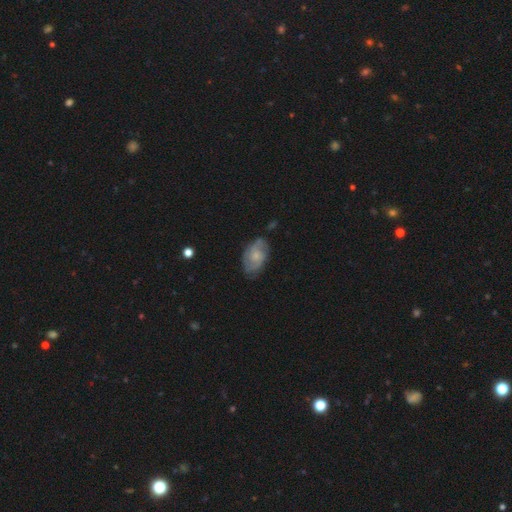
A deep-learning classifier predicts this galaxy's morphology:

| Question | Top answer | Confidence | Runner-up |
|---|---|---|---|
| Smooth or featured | featured or disk | 63% | smooth (31%) |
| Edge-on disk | no | 96% | yes (4%) |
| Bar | no | 75% | weak (23%) |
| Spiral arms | yes | 86% | no (14%) |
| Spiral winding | tight | 43% | medium (41%) |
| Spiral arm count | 2 | 50% | can't tell (29%) |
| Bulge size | small | 59% | moderate (28%) |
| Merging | none | 67% | minor disturbance (24%) |